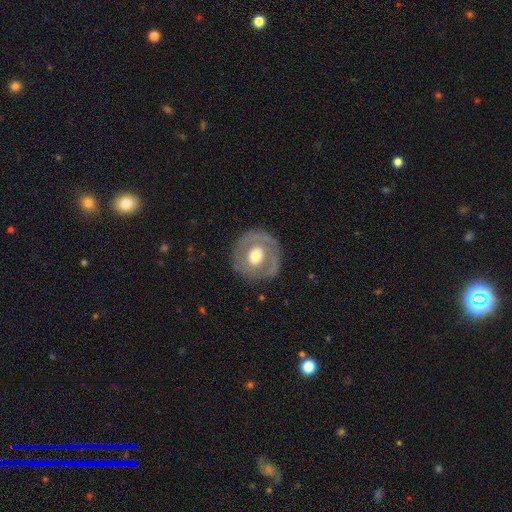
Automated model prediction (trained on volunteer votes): Smooth or featured: featured or disk — 55% (smooth — 39%)
Edge-on disk: no — 95% (yes — 5%)
Bar: no — 68% (weak — 23%)
Spiral arms: no — 71% (yes — 29%)
Bulge size: moderate — 66% (large — 21%)
Merging: none — 81% (minor disturbance — 12%)